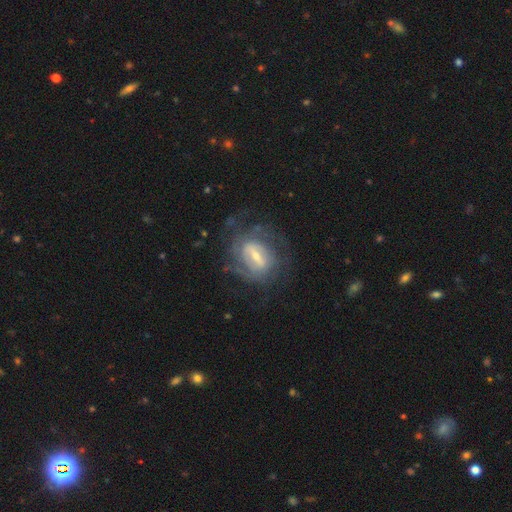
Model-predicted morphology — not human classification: A featured or disk galaxy (77%) with a strong bar (49%), tight (55%) spiral arms (79%) and a small central bulge (53%).

Vote fractions:
- Smooth or featured? featured or disk: 77% / smooth: 15% / star or artifact: 8%
- Edge-on disk? no: 91% / yes: 9%
- Bar? strong: 49% / weak: 38% / no: 13%
- Spiral arms? yes: 79% / no: 21%
- Spiral winding? tight: 55% / medium: 33% / loose: 13%
- Spiral arm count? can't tell: 47% / 2: 30% / 3: 10% / 4: 6% / 1: 5% / more than 4: 3%
- Bulge size? small: 53% / moderate: 37% / large: 5% / none: 3% / dominant: 1%
- Merging? none: 66% / minor disturbance: 18% / major disturbance: 15% / merger: 2%